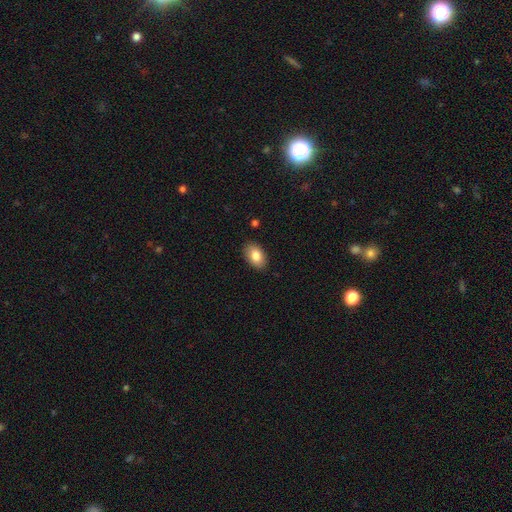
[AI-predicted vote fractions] This is clearly a smooth galaxy (84%). How rounded: clearly in between (92%). Merging: clearly none (88%).